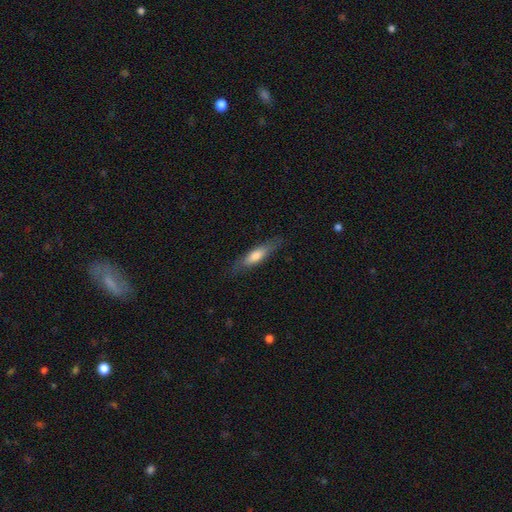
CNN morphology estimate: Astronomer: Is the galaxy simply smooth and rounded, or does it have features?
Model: smooth — 64%.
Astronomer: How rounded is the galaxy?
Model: cigar-shaped — 67%.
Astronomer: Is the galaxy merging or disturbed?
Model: none — 80%.